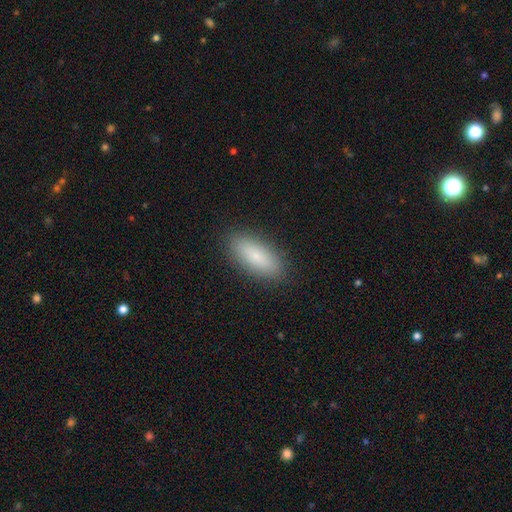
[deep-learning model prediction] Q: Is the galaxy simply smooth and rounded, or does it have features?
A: smooth — 81%.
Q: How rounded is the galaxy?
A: in between — 76%.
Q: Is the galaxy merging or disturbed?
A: none — 90%.